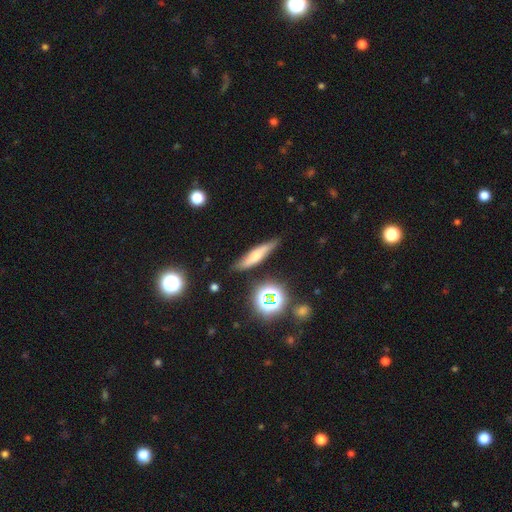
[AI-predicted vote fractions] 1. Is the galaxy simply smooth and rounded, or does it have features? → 52% smooth, 35% featured or disk, 12% star or artifact.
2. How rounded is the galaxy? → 76% cigar-shaped, 20% in between, 4% round.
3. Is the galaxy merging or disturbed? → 79% none, 15% minor disturbance, 3% major disturbance, 3% merger.